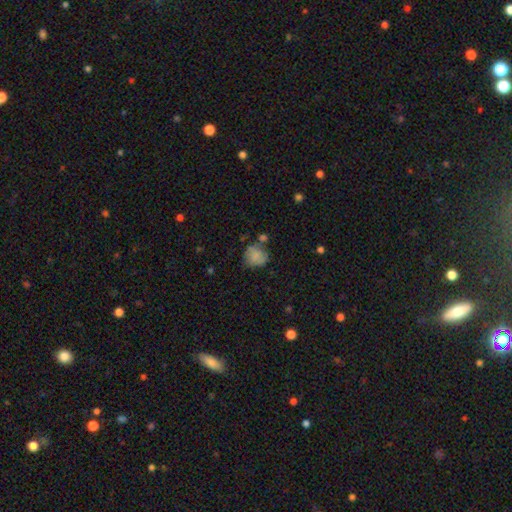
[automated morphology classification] This is likely a smooth galaxy (75%). How rounded: likely round (70%). Merging: possibly none (52%).